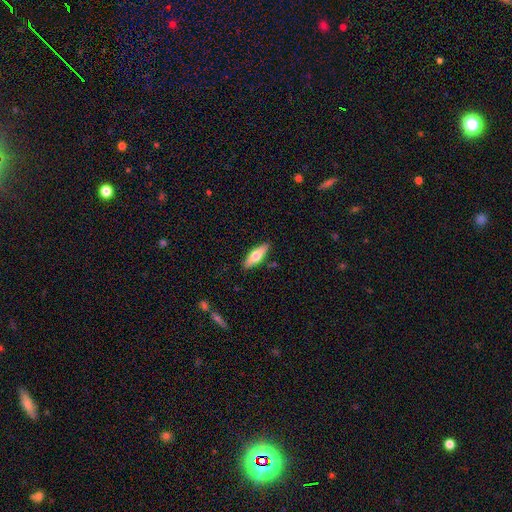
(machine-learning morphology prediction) This appears to be a smooth galaxy with no disk features (57%) that is in between round and cigar-shaped (50%). Merging: none (86%).